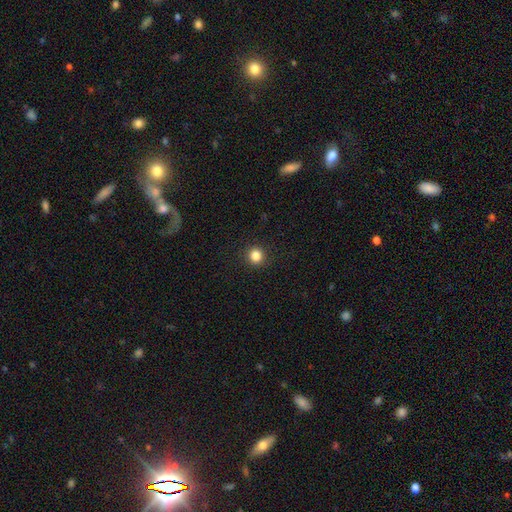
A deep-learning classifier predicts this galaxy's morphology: This is clearly a smooth galaxy (84%). How rounded: clearly round (92%). Merging: clearly none (92%).